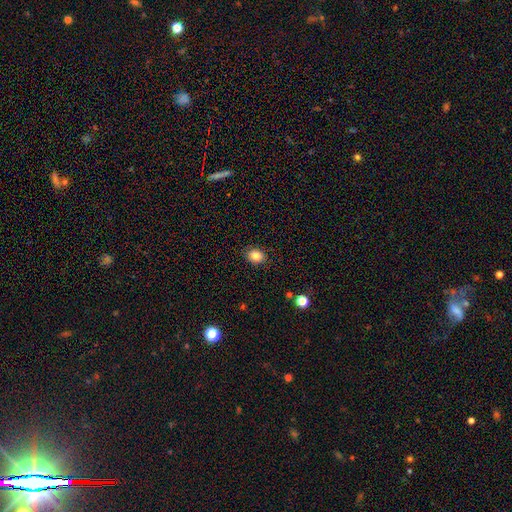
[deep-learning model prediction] This appears to be a smooth galaxy with no disk features (84%) that is in between round and cigar-shaped (50%). Merging: none (88%).